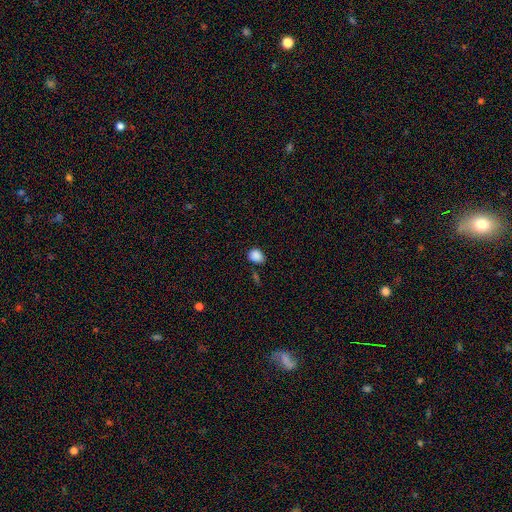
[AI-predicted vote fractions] This is clearly a smooth galaxy (87%). How rounded: possibly in between (52%). Merging: likely none (74%).